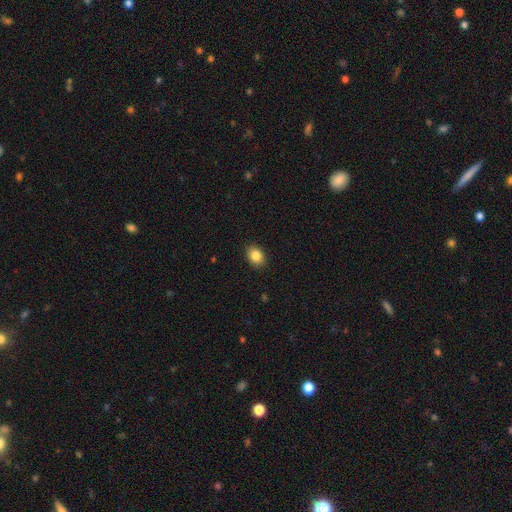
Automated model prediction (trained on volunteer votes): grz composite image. It shows a smooth galaxy with no disk features (85%) that is in between round and cigar-shaped (70%). Merging: none (89%).